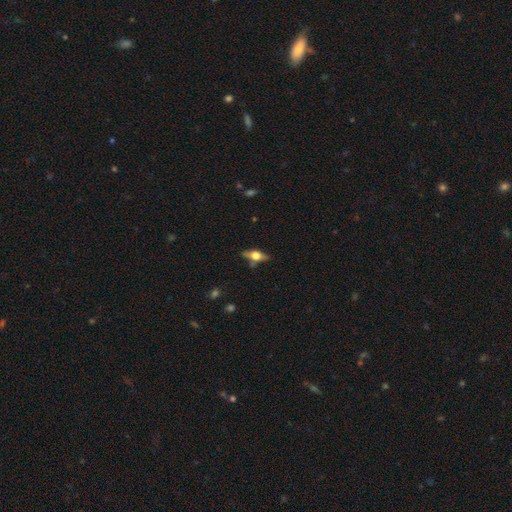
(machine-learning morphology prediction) This is possibly a featured or disk galaxy (54%). It is clearly viewed edge-on (91%). Merging: likely none (73%).